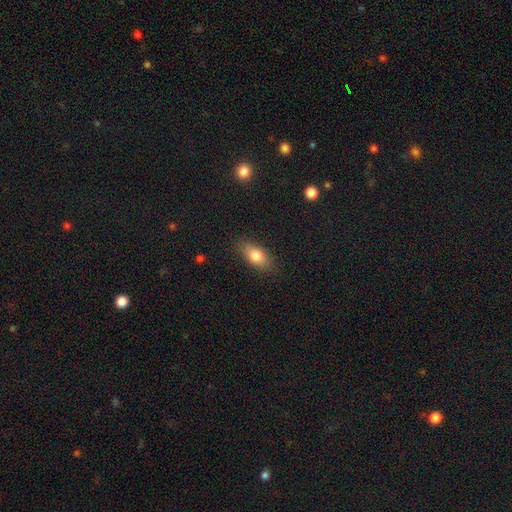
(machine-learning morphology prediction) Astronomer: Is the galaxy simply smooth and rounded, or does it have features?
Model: smooth — 79%.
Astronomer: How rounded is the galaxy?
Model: in between — 82%.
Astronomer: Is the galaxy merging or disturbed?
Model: none — 83%.